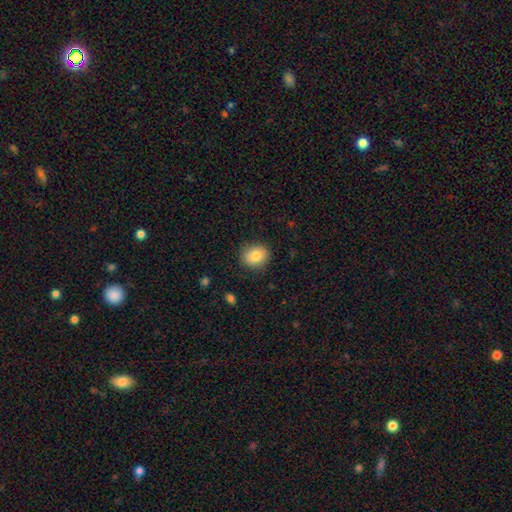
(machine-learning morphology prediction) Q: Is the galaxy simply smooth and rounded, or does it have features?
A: smooth — 82%.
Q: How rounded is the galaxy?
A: round — 69%.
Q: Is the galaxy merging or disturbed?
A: none — 86%.